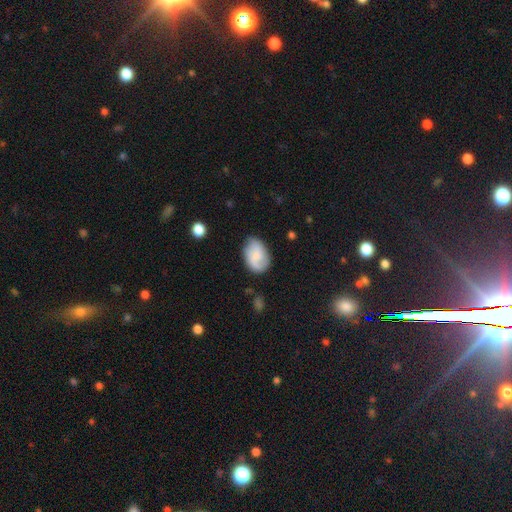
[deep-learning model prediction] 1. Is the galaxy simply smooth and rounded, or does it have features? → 55% smooth, 38% featured or disk, 8% star or artifact.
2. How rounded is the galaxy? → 81% in between, 18% round, 1% cigar-shaped.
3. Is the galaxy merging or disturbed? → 71% none, 21% minor disturbance, 6% major disturbance, 2% merger.